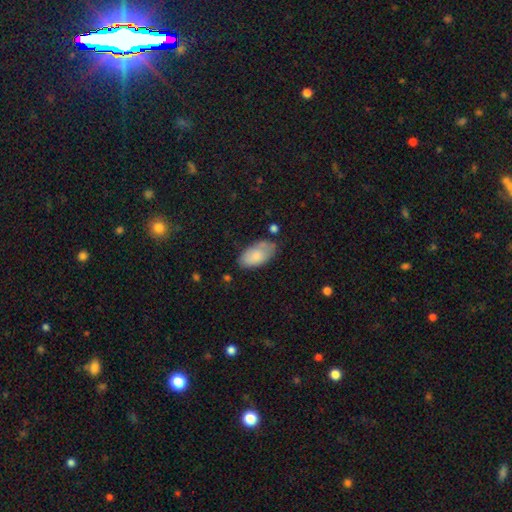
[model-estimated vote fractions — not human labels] Overall: smooth (78%). How rounded: in between (95%). Merging: none (65%; minor disturbance 25%).